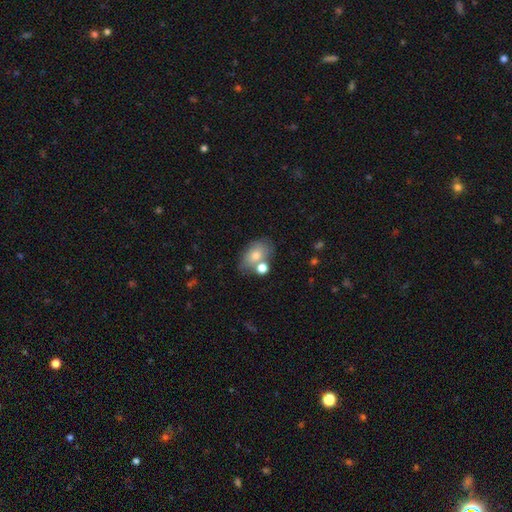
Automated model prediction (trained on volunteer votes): The model was most divided on "merging": none: 54%, merger: 23%, minor disturbance: 17%, major disturbance: 6%. More confident: how rounded — in between (81%); smooth or featured — smooth (70%).